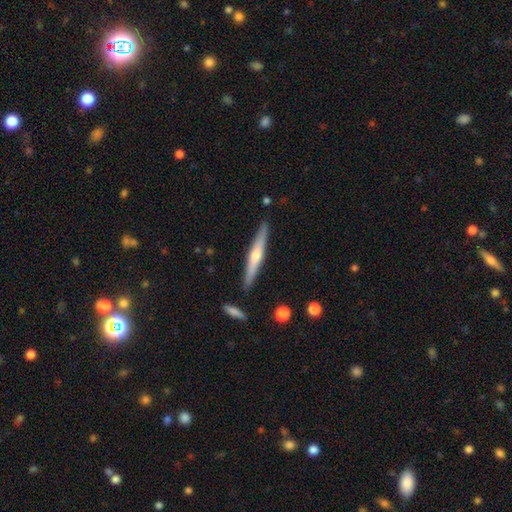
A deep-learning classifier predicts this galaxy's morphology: A featured or disk galaxy (62%) viewed edge-on (96%) with a rounded central bulge (80%). Merging: none (89%).